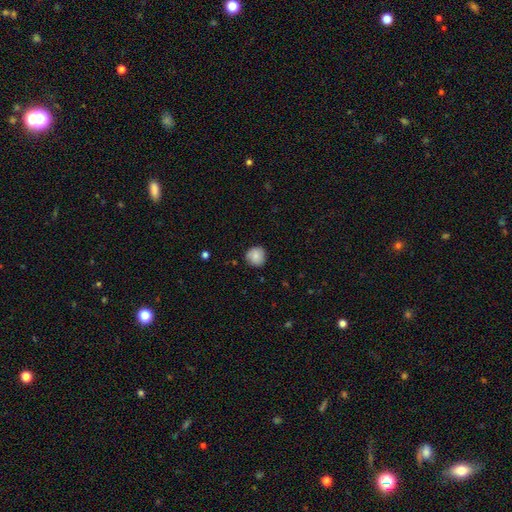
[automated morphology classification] Smooth or featured? Predicted: smooth (p=0.83). How rounded? Predicted: round (p=0.91). Merging? Predicted: none (p=0.83).